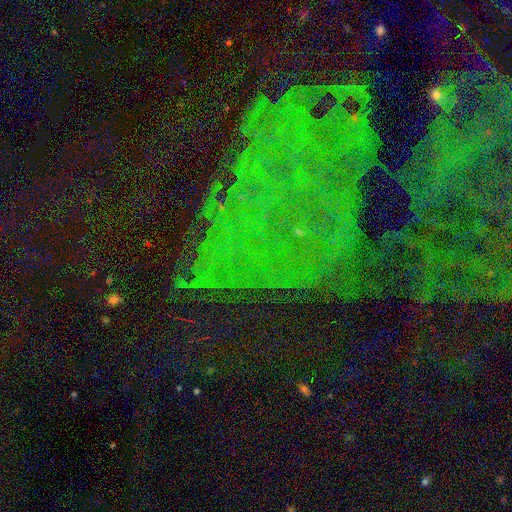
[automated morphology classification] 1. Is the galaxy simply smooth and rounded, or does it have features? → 75% star or artifact, 15% featured or disk, 11% smooth.